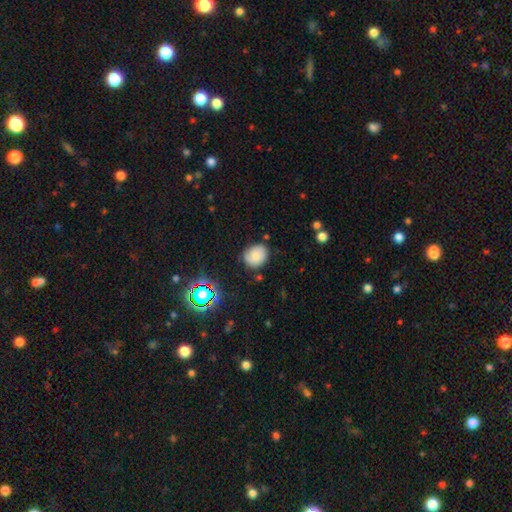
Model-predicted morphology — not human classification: A smooth galaxy with no disk features (79%) that is round (60%). Merging: none (76%).